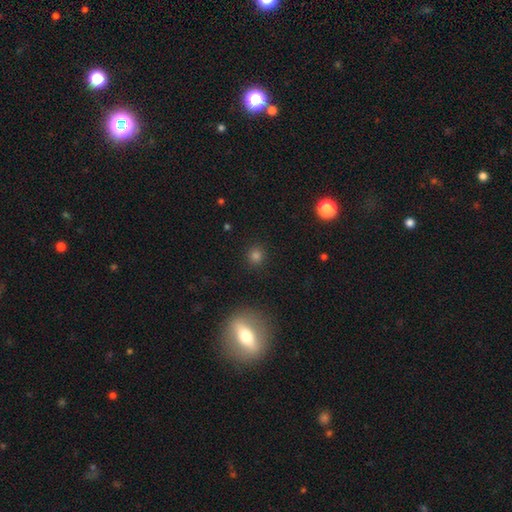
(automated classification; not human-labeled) Smooth or featured? smooth (76%)
How rounded? round (90%)
Merging? none (90%)